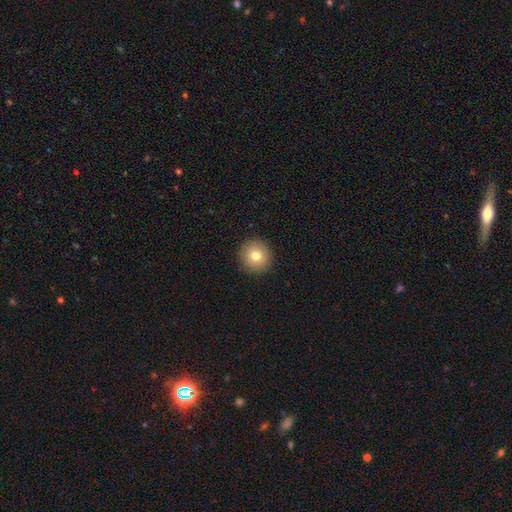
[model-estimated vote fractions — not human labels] A smooth galaxy with no disk features (76%) that is round (95%). Merging: none (92%).